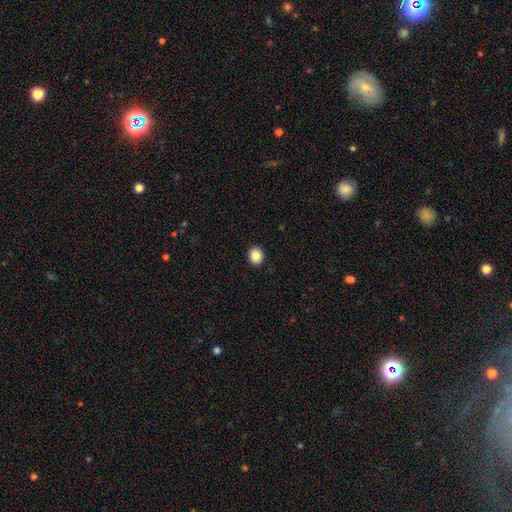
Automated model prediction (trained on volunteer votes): Smooth or featured? Predicted: smooth (p=0.86). How rounded? Predicted: round (p=0.71). Merging? Predicted: none (p=0.92).